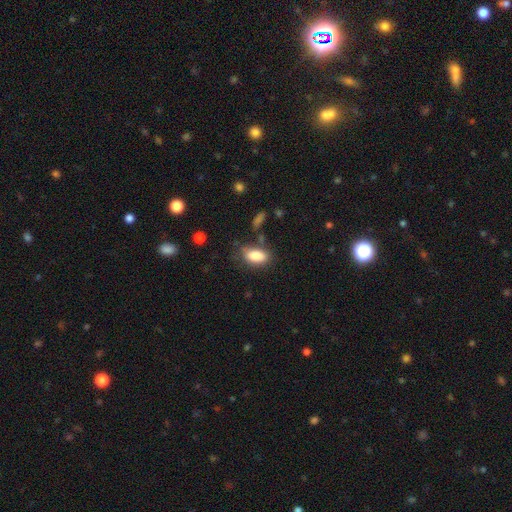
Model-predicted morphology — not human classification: Smooth or featured? Predicted: smooth (p=0.85). How rounded? Predicted: in between (p=0.91). Merging? Predicted: none (p=0.71).